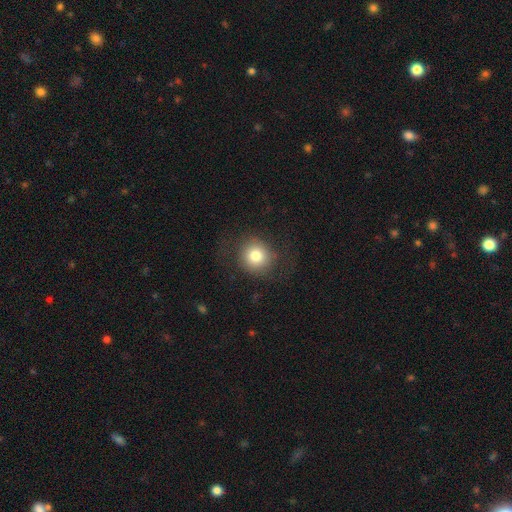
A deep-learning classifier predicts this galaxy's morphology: Q: Smooth or featured?
A: smooth (78%); runner-up: featured or disk (12%)
Q: How rounded?
A: round (89%); runner-up: in between (10%)
Q: Merging?
A: none (79%); runner-up: minor disturbance (12%)